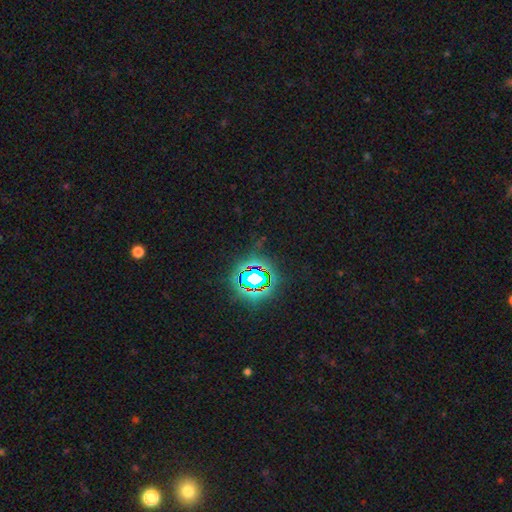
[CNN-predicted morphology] Smooth or featured? star or artifact (80%)